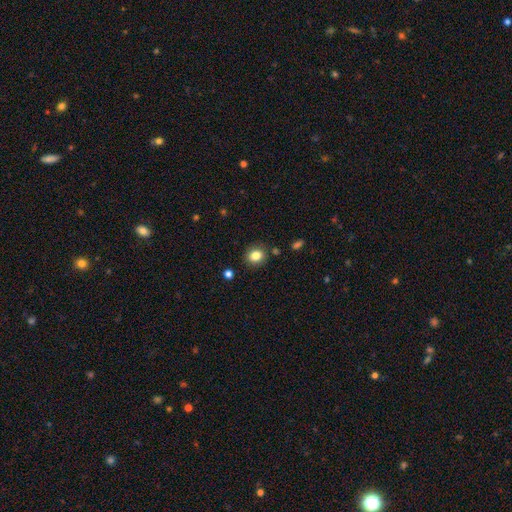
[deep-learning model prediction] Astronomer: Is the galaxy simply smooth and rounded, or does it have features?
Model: smooth — 83%.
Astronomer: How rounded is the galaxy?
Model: round — 73%.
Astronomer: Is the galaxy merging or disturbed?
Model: none — 87%.